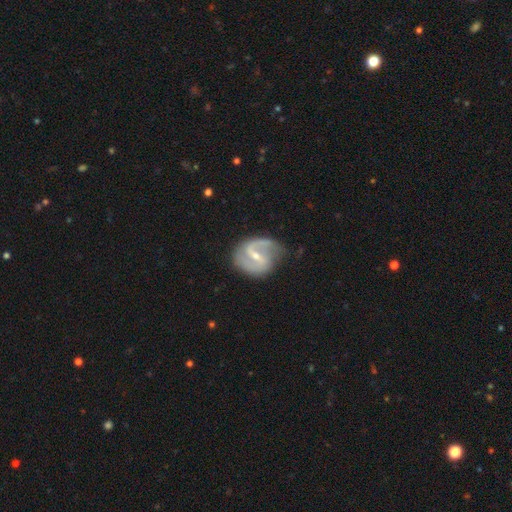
Smooth or featured: featured or disk — 90% (smooth — 5%)
Edge-on disk: no — 97% (yes — 3%)
Bar: strong — 49% (weak — 40%)
Spiral arms: yes — 94% (no — 6%)
Spiral winding: medium — 55% (loose — 36%)
Spiral arm count: 2 — 76% (1 — 24%)
Bulge size: small — 86% (moderate — 14%)
Merging: none — 55% (major disturbance — 29%)